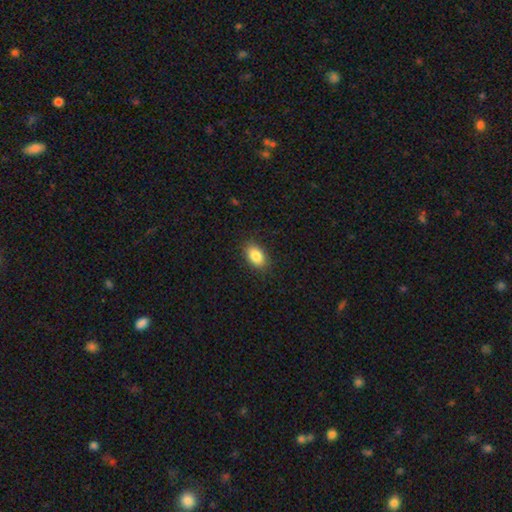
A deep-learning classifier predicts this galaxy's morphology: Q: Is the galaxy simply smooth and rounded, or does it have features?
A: smooth — 86%.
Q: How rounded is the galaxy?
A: in between — 89%.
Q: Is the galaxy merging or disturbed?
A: none — 88%.